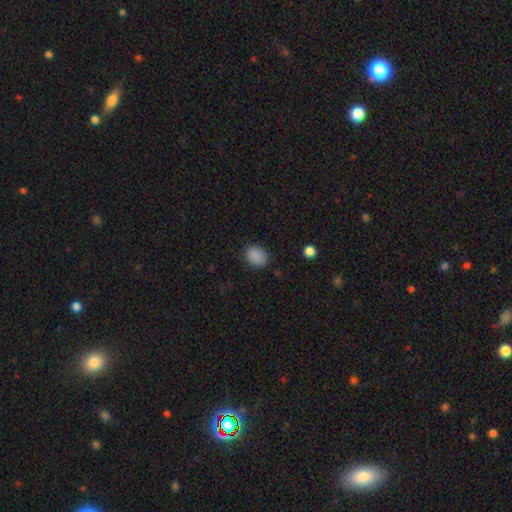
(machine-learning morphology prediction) Q: Smooth or featured?
A: smooth (87%); runner-up: star or artifact (10%)
Q: How rounded?
A: in between (64%); runner-up: round (35%)
Q: Merging?
A: none (81%); runner-up: minor disturbance (14%)